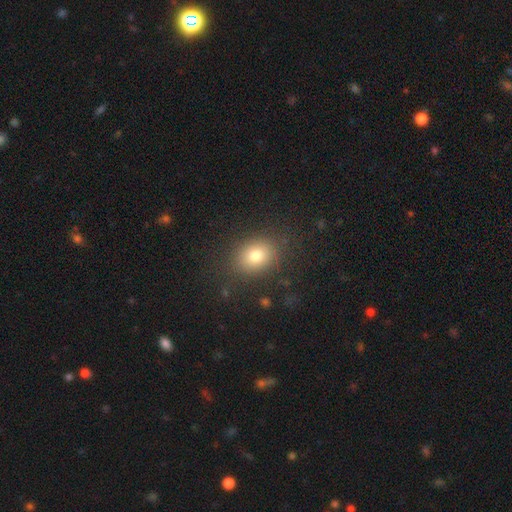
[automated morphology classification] A smooth galaxy with no disk features (78%) that is in between round and cigar-shaped (52%).

Vote fractions:
- Smooth or featured? smooth: 78% / star or artifact: 12% / featured or disk: 10%
- How rounded? in between: 52% / round: 47% / cigar-shaped: 1%
- Merging? none: 84% / minor disturbance: 10% / major disturbance: 4% / merger: 1%